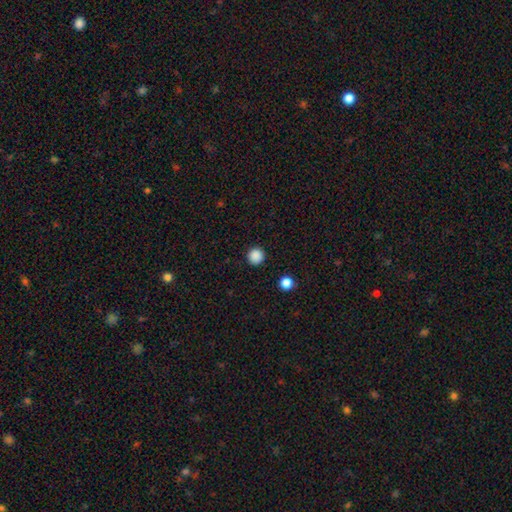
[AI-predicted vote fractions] A smooth galaxy with no disk features (87%) that is round (96%).

Vote fractions:
- Smooth or featured? smooth: 87% / star or artifact: 11% / featured or disk: 2%
- How rounded? round: 96% / in between: 3% / cigar-shaped: 1%
- Merging? none: 93% / minor disturbance: 4% / major disturbance: 2% / merger: 1%